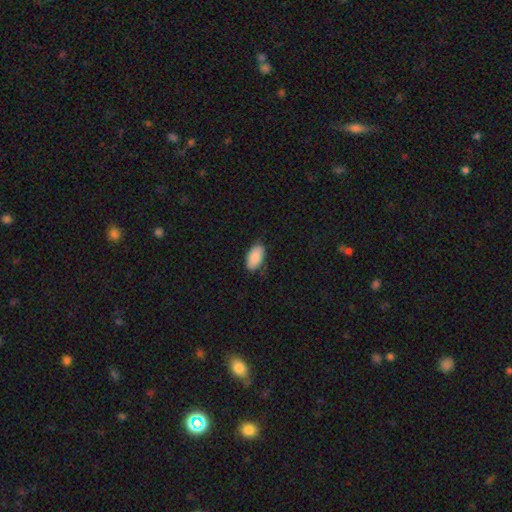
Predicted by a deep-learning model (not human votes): A smooth galaxy with no disk features (87%) that is in between round and cigar-shaped (95%).

Vote fractions:
- Smooth or featured? smooth: 87% / featured or disk: 7% / star or artifact: 6%
- How rounded? in between: 95% / round: 3% / cigar-shaped: 3%
- Merging? none: 75% / minor disturbance: 20% / major disturbance: 4% / merger: 1%